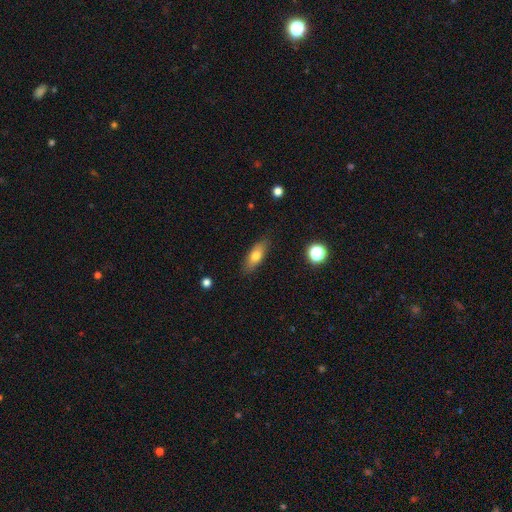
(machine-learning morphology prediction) Smooth or featured? Predicted: smooth (p=0.70). How rounded? Predicted: in between (p=0.68). Merging? Predicted: none (p=0.85).